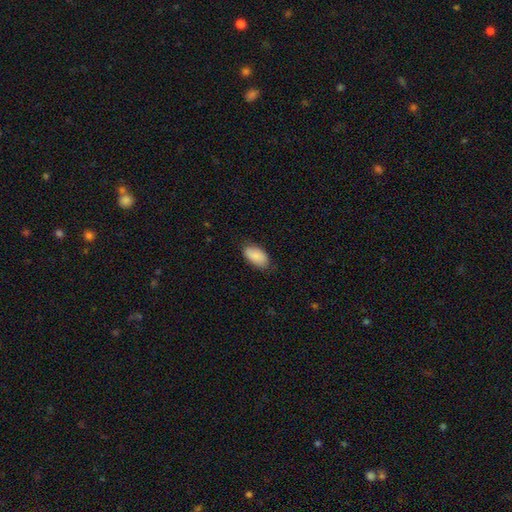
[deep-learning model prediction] Smooth or featured? smooth (87%)
How rounded? in between (95%)
Merging? none (77%)